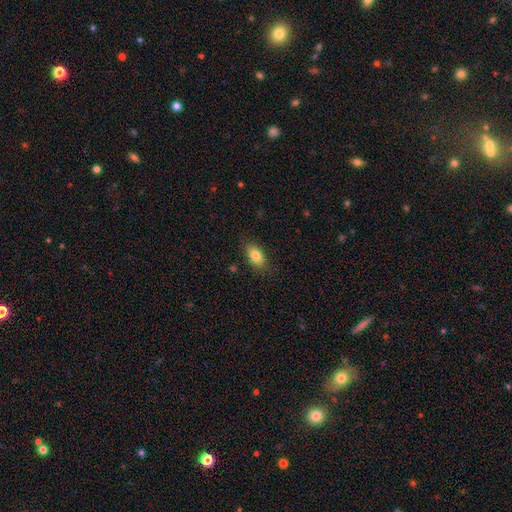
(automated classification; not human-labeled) This is clearly a smooth galaxy (81%). How rounded: clearly in between (87%). Merging: clearly none (84%).